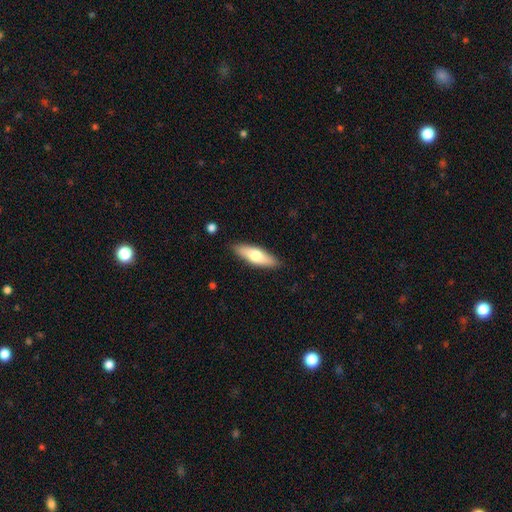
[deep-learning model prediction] Smooth or featured? smooth (65%)
How rounded? cigar-shaped (50%)
Merging? none (87%)